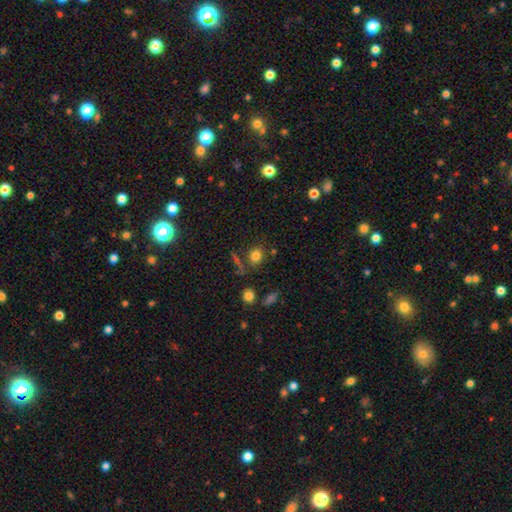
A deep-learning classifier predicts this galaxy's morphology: Smooth or featured: smooth — 79% (star or artifact — 13%)
How rounded: round — 56% (in between — 42%)
Merging: none — 72% (minor disturbance — 13%)